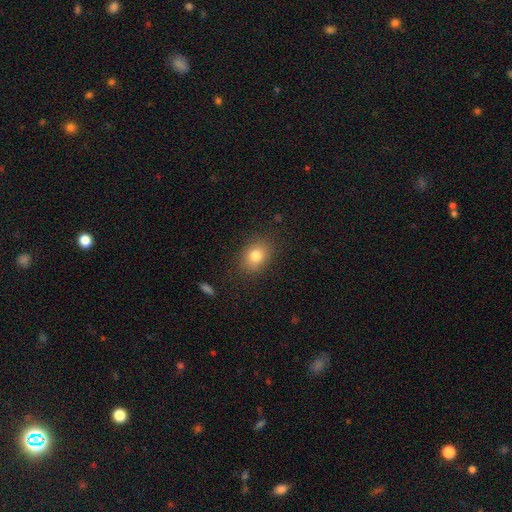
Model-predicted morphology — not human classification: smooth-or-featured: smooth: 80% | star or artifact: 11% | featured or disk: 9%
  how-rounded: in between: 53% | round: 46% | cigar-shaped: 1%
  merging: none: 84% | minor disturbance: 11% | major disturbance: 3% | merger: 1%